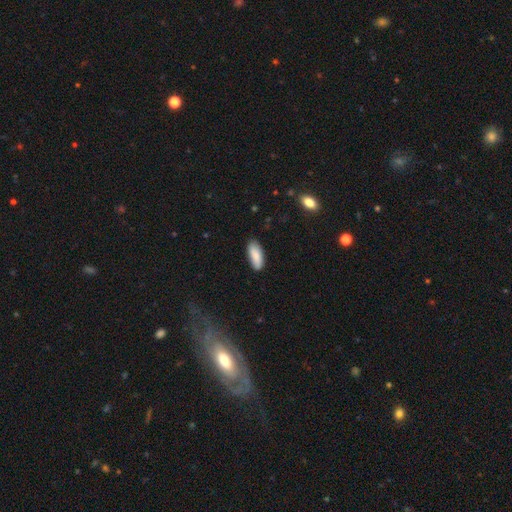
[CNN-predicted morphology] Smooth or featured: smooth — 84% (featured or disk — 10%)
How rounded: in between — 77% (cigar-shaped — 21%)
Merging: none — 82% (minor disturbance — 14%)